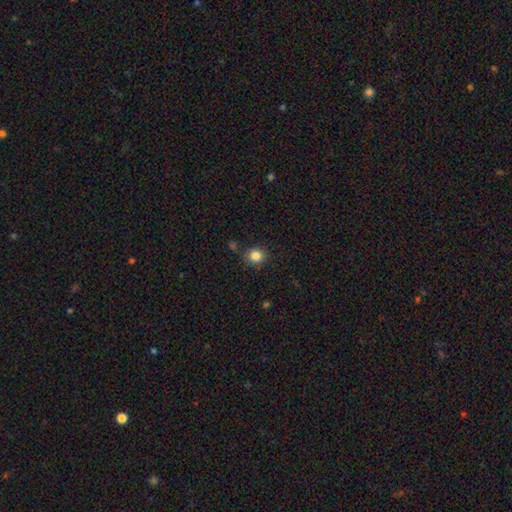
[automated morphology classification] Smooth or featured: smooth — 84% (star or artifact — 11%)
How rounded: round — 87% (in between — 12%)
Merging: none — 83% (minor disturbance — 10%)